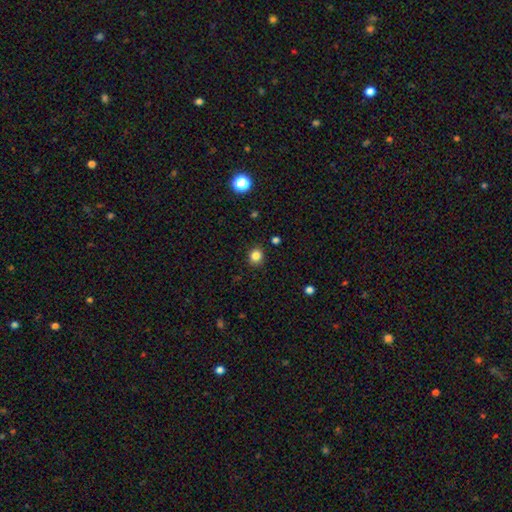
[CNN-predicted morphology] The model was most divided on "how rounded": round: 80%, in between: 20%, cigar-shaped: 1%. More confident: merging — none (89%); smooth or featured — smooth (83%).